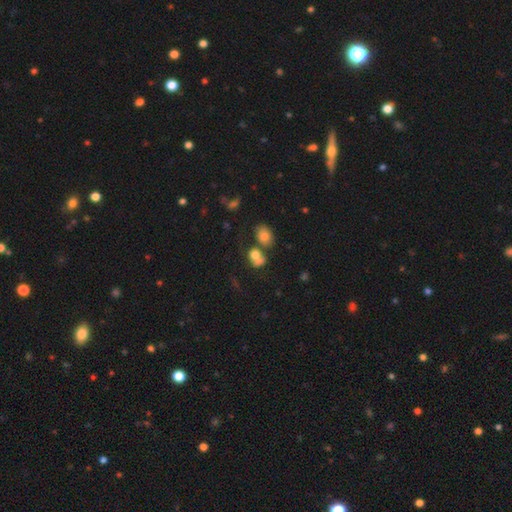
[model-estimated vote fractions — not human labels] Overall: smooth (72%). How rounded: round (53%; in between 45%). Merging: merger (48%; none 30%).